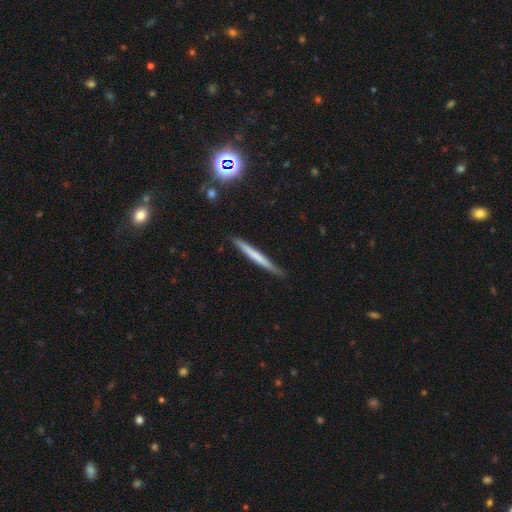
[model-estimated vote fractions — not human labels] The model was most divided on "smooth or featured": smooth: 57%, featured or disk: 37%, star or artifact: 6%. More confident: how rounded — cigar-shaped (97%); merging — none (85%).